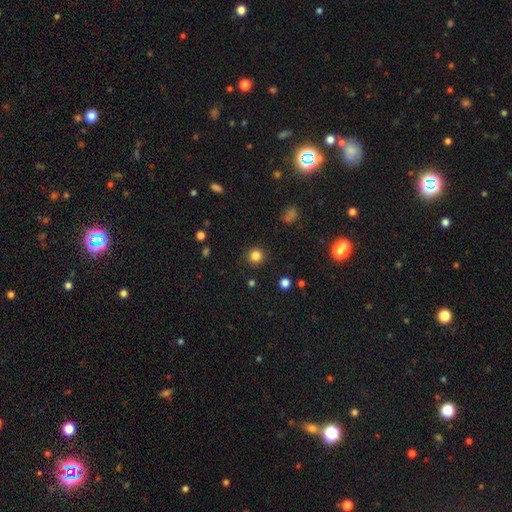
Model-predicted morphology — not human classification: A smooth galaxy with no disk features (83%) that is round (94%).

Vote fractions:
- Smooth or featured? smooth: 83% / star or artifact: 13% / featured or disk: 4%
- How rounded? round: 94% / in between: 5% / cigar-shaped: 1%
- Merging? none: 91% / minor disturbance: 6% / major disturbance: 2% / merger: 1%